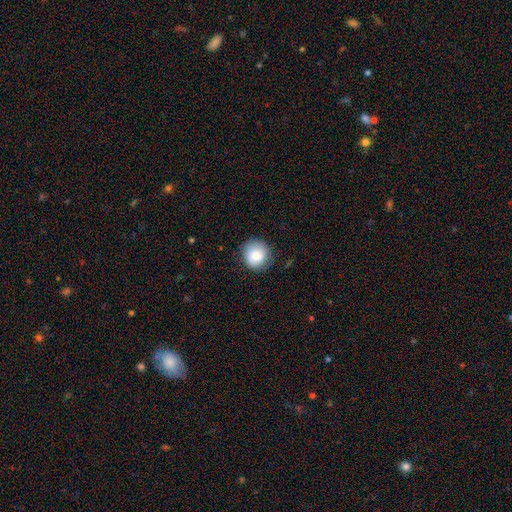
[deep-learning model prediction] smooth-or-featured: smooth: 80% | featured or disk: 11% | star or artifact: 8%
  how-rounded: round: 90% | in between: 9% | cigar-shaped: 1%
  merging: none: 82% | minor disturbance: 14% | major disturbance: 3% | merger: 1%